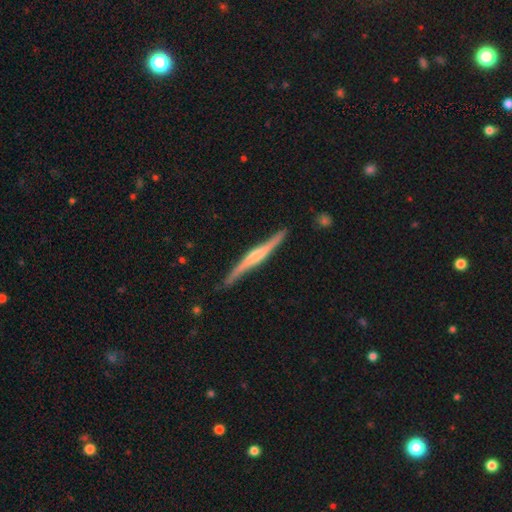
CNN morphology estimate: This is likely a featured or disk galaxy (75%). It is clearly viewed edge-on (97%). Edge-on bulge: likely rounded (67%). Merging: clearly none (87%).